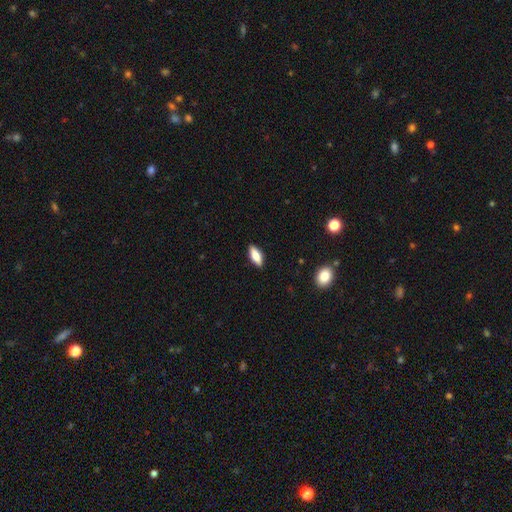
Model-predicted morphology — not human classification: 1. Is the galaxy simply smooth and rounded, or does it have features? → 72% smooth, 21% featured or disk, 7% star or artifact.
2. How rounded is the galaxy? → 68% in between, 29% cigar-shaped, 2% round.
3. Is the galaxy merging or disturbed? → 88% none, 9% minor disturbance, 2% major disturbance, 1% merger.